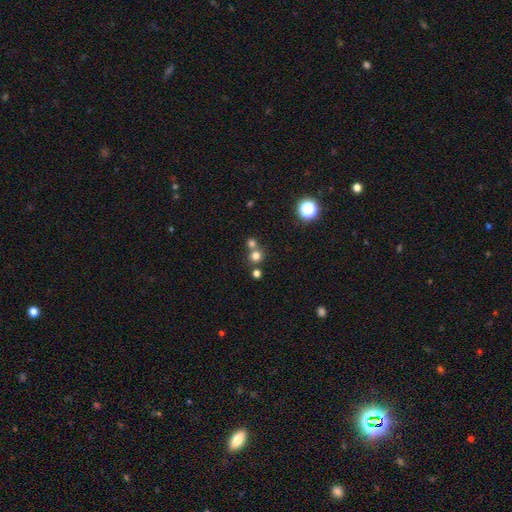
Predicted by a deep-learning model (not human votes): smooth 73%, star or artifact 19%, featured or disk 9%. Down the decision tree: how rounded — round (90%); merging — none (55%).